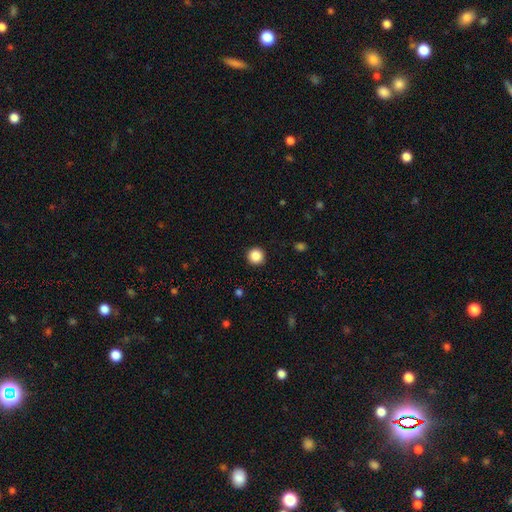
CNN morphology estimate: The model was most divided on "smooth or featured": smooth: 87%, star or artifact: 10%, featured or disk: 3%. More confident: how rounded — round (96%); merging — none (92%).